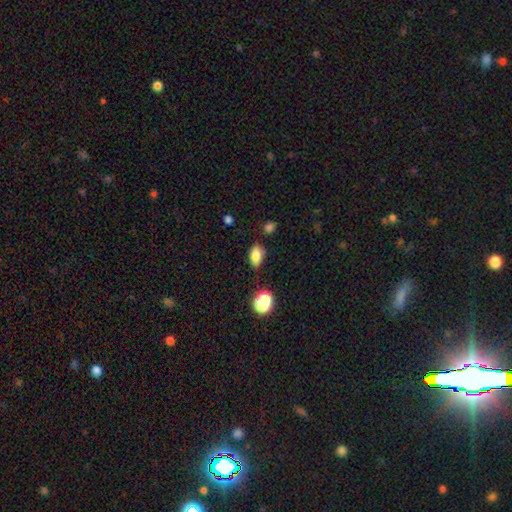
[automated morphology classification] smooth_or_featured: smooth (p=0.79) [alt: star or artifact p=0.11]
how_rounded: in between (p=0.85) [alt: round p=0.10]
merging: none (p=0.67) [alt: minor disturbance p=0.23]